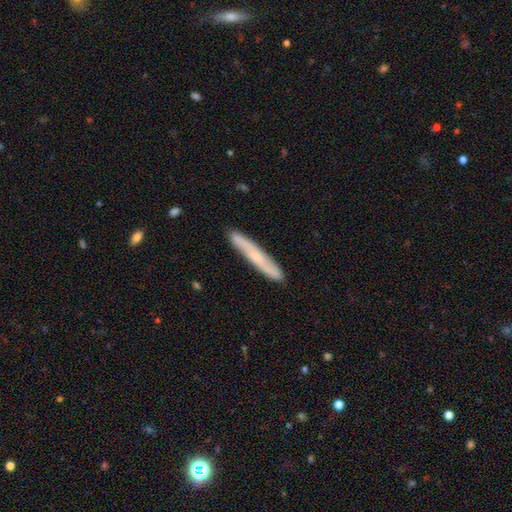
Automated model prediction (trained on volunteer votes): Smooth or featured: smooth — 50% (featured or disk — 43%)
How rounded: cigar-shaped — 95% (in between — 3%)
Merging: none — 88% (minor disturbance — 9%)